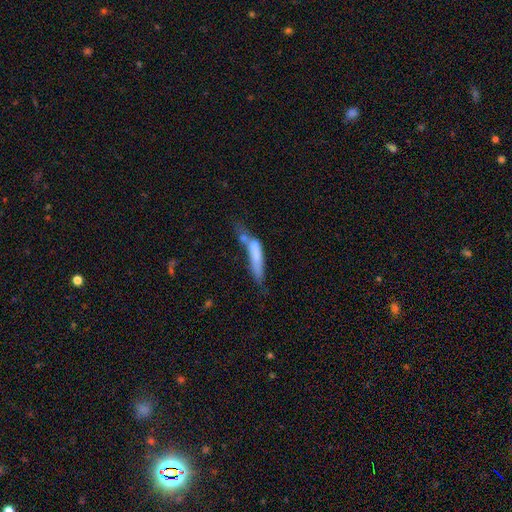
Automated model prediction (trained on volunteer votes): Smooth or featured? Predicted: smooth (p=0.58). How rounded? Predicted: cigar-shaped (p=0.86). Merging? Predicted: none (p=0.33).